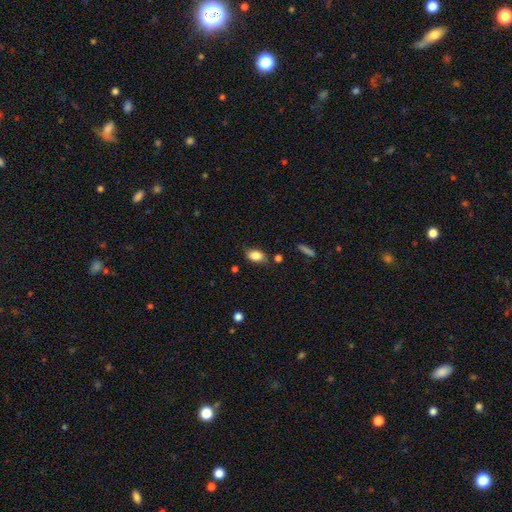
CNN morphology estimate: This is clearly a smooth galaxy (84%). How rounded: clearly in between (88%). Merging: likely none (74%).